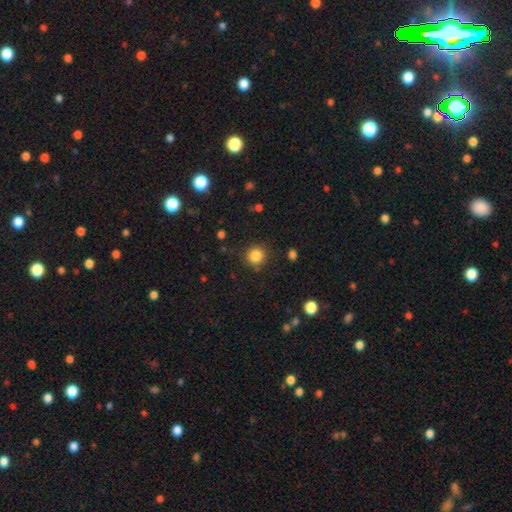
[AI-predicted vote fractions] smooth_or_featured: smooth (p=0.85) [alt: star or artifact p=0.11]
how_rounded: round (p=0.92) [alt: in between p=0.07]
merging: none (p=0.86) [alt: minor disturbance p=0.09]